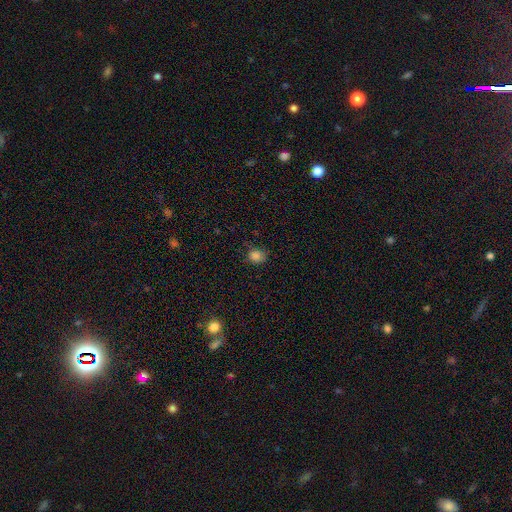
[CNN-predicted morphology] Smooth or featured? smooth (82%)
How rounded? round (66%)
Merging? none (68%)